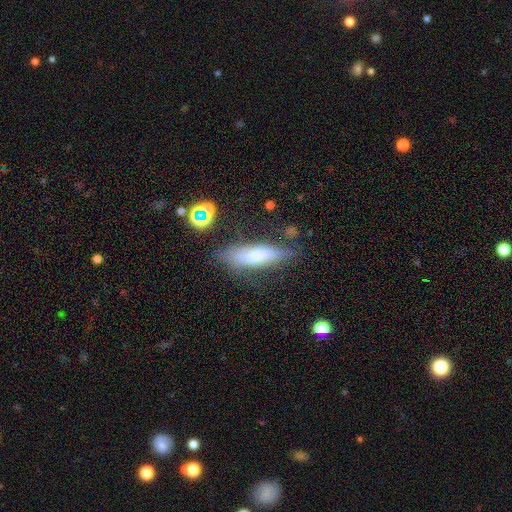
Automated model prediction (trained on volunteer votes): Q: Smooth or featured?
A: smooth (59%); runner-up: featured or disk (31%)
Q: How rounded?
A: cigar-shaped (56%); runner-up: in between (41%)
Q: Merging?
A: none (63%); runner-up: minor disturbance (23%)